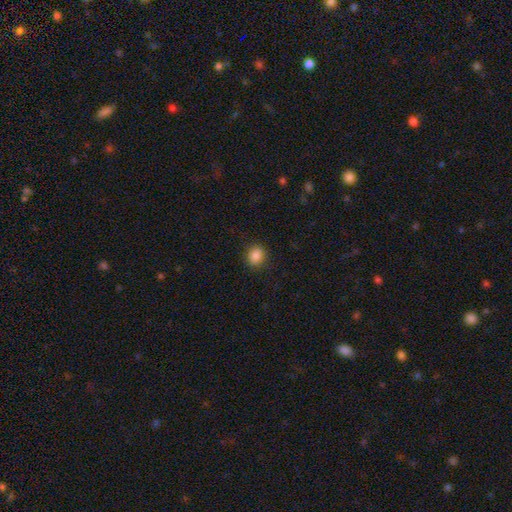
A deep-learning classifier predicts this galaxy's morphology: A smooth galaxy with no disk features (85%) that is round (69%).

Vote fractions:
- Smooth or featured? smooth: 85% / star or artifact: 10% / featured or disk: 5%
- How rounded? round: 69% / in between: 30% / cigar-shaped: 1%
- Merging? none: 90% / minor disturbance: 7% / major disturbance: 2% / merger: 1%